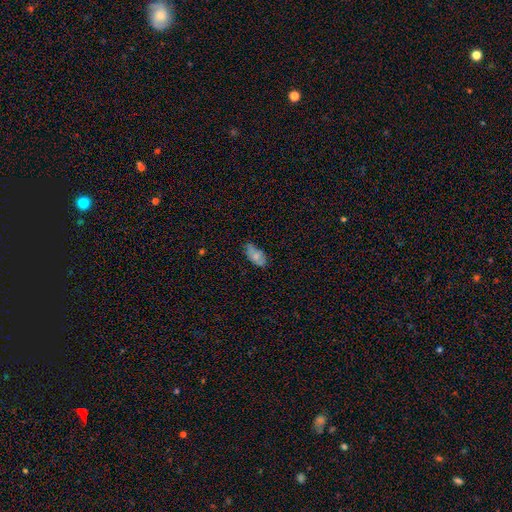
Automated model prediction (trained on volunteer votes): A smooth galaxy with no disk features (72%) that is in between round and cigar-shaped (92%). Merging: none (60%).